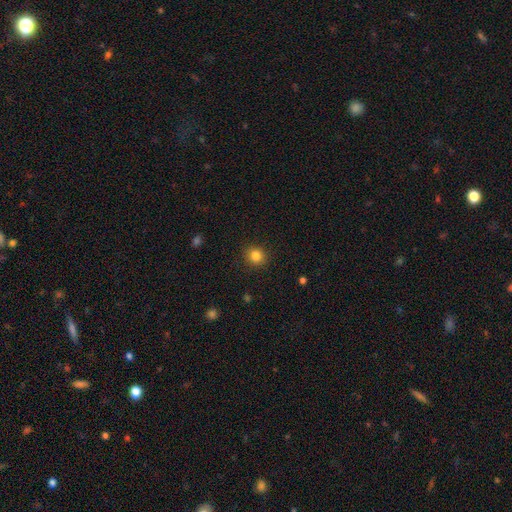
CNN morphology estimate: Smooth or featured?
  - smooth: 84% *
  - star or artifact: 11%
  - featured or disk: 5%
How rounded?
  - round: 87% *
  - in between: 12%
  - cigar-shaped: 1%
Merging?
  - none: 90% *
  - minor disturbance: 6%
  - major disturbance: 2%
  - merger: 1%